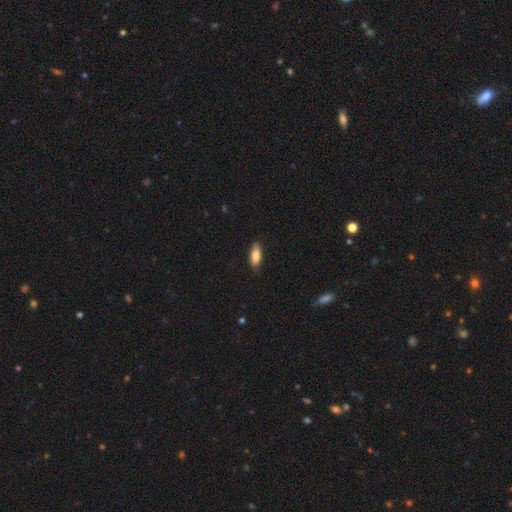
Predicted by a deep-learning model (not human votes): smooth 82%, featured or disk 12%, star or artifact 6%. Down the decision tree: how rounded — in between (77%); merging — none (82%).